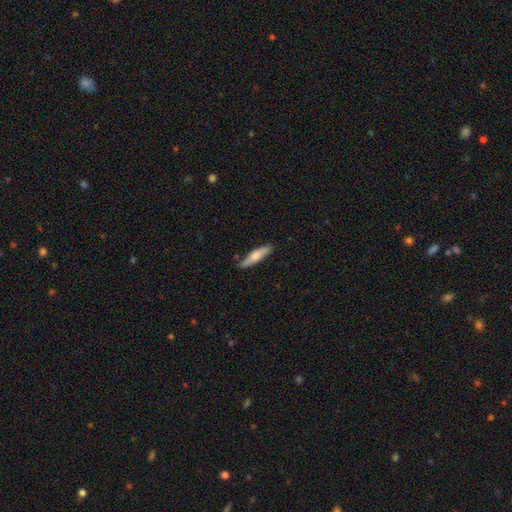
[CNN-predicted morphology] The model was most divided on "smooth or featured": smooth: 65%, featured or disk: 30%, star or artifact: 6%. More confident: merging — none (80%); how rounded — cigar-shaped (78%).